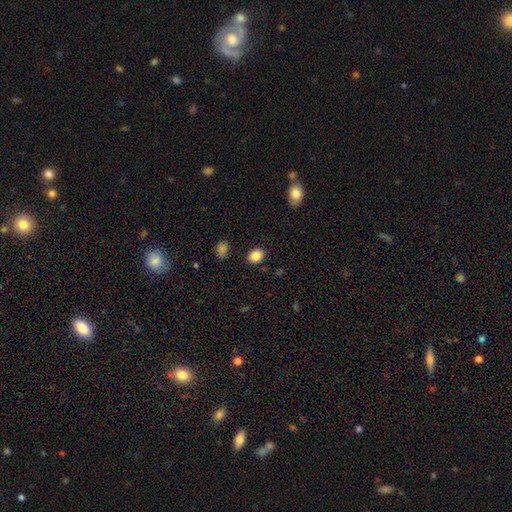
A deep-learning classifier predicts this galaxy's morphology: This appears to be a smooth galaxy with no disk features (86%) that is in between round and cigar-shaped (56%). Merging: none (87%).